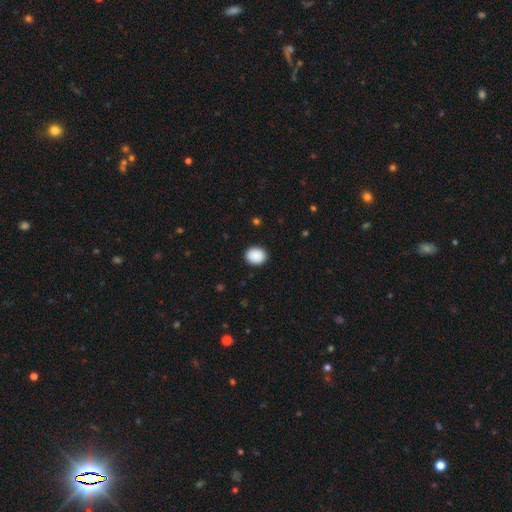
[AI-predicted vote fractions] Smooth or featured: smooth — 90% (star or artifact — 7%)
How rounded: round — 57% (in between — 43%)
Merging: none — 91% (minor disturbance — 6%)